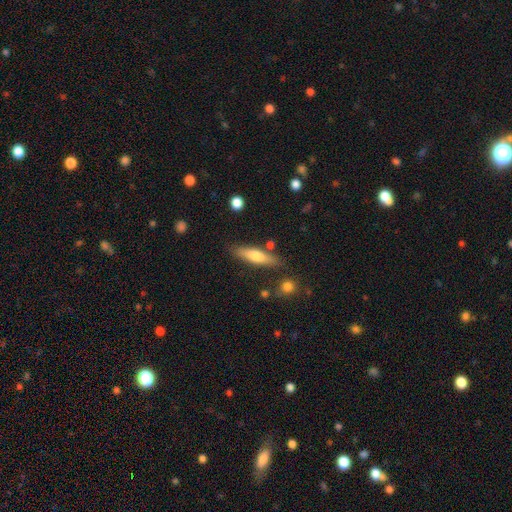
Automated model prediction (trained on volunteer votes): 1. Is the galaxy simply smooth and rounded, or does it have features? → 63% smooth, 31% featured or disk, 6% star or artifact.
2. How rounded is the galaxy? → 71% cigar-shaped, 27% in between, 2% round.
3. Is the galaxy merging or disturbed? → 78% none, 13% minor disturbance, 5% merger, 3% major disturbance.